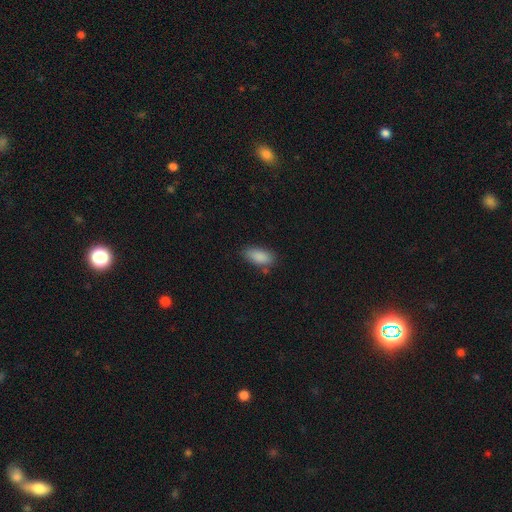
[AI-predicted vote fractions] The model was most divided on "merging": none: 78%, minor disturbance: 16%, major disturbance: 3%, merger: 3%. More confident: how rounded — in between (89%); smooth or featured — smooth (88%).